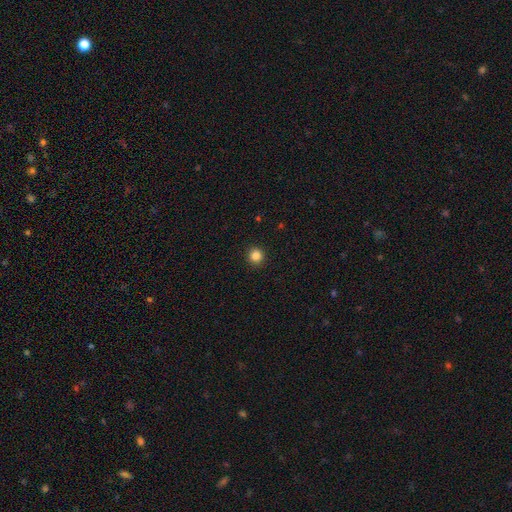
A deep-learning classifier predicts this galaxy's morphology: smooth-or-featured: smooth: 85% | star or artifact: 12% | featured or disk: 3%
  how-rounded: round: 95% | in between: 5% | cigar-shaped: 1%
  merging: none: 93% | minor disturbance: 5% | major disturbance: 2% | merger: 1%